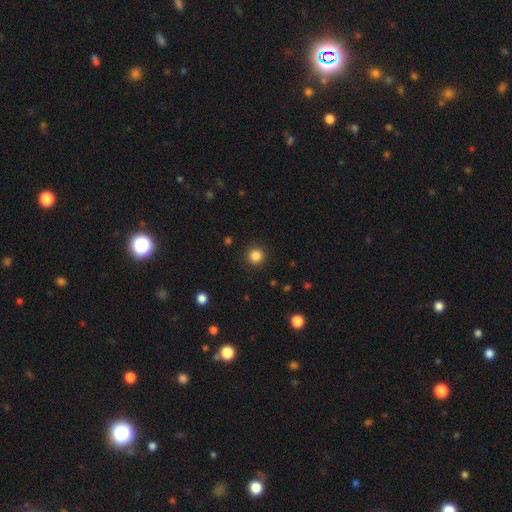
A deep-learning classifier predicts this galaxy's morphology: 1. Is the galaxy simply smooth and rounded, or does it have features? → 85% smooth, 11% star or artifact, 3% featured or disk.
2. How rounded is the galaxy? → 95% round, 4% in between, 1% cigar-shaped.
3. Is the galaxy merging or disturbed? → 92% none, 5% minor disturbance, 2% major disturbance, 1% merger.